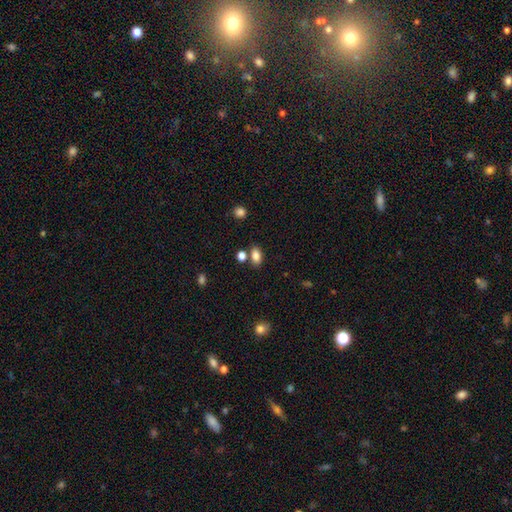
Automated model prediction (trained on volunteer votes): Smooth or featured: smooth — 83% (star or artifact — 10%)
How rounded: in between — 86% (round — 11%)
Merging: none — 71% (merger — 14%)